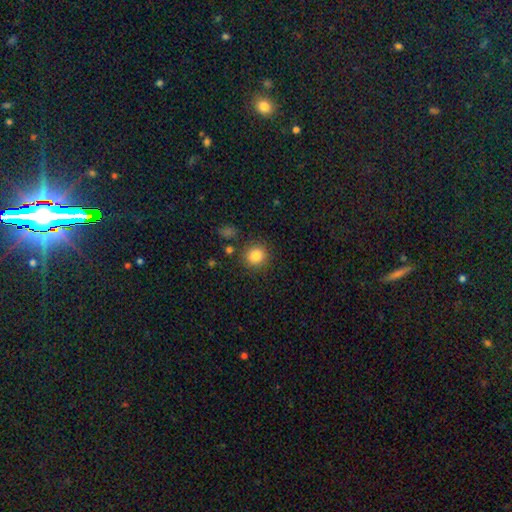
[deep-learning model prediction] This is clearly a smooth galaxy (85%). How rounded: clearly round (89%). Merging: clearly none (85%).